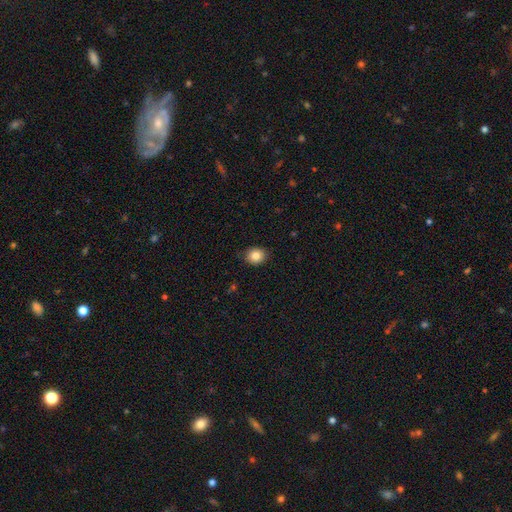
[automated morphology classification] Smooth or featured? Predicted: smooth (p=0.84). How rounded? Predicted: round (p=0.70). Merging? Predicted: none (p=0.87).